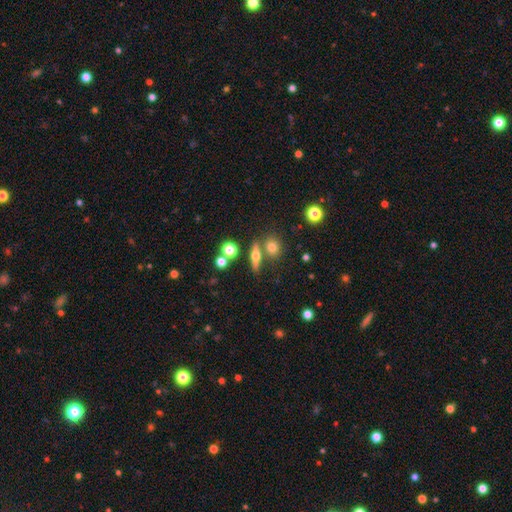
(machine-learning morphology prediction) Smooth or featured: featured or disk — 45% (smooth — 43%)
Merging: none — 69% (merger — 17%)